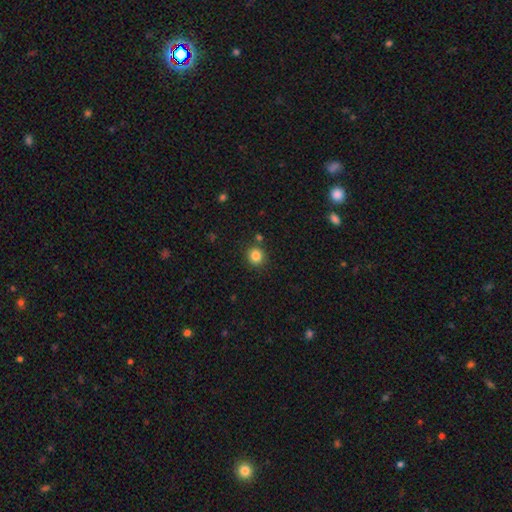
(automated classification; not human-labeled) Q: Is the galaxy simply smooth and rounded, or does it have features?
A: smooth — 84%.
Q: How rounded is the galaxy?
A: round — 88%.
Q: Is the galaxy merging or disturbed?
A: none — 84%.